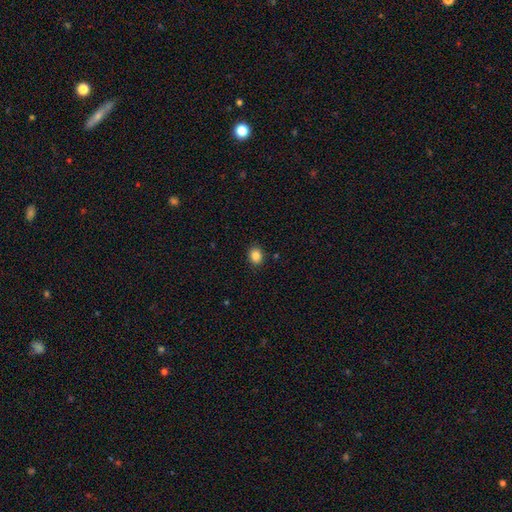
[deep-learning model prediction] Morphology: type=smooth (85%); roundness=round (62%); merging=none (89%).